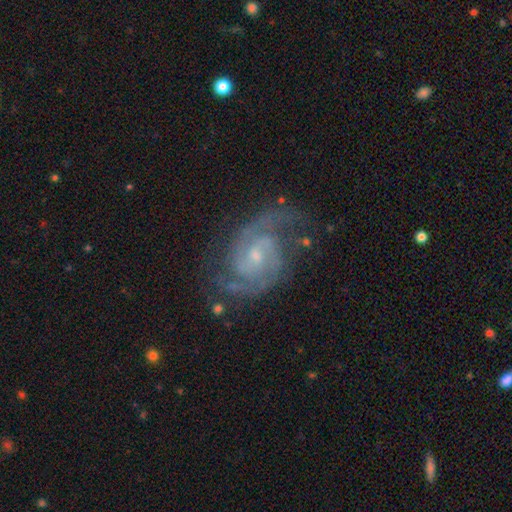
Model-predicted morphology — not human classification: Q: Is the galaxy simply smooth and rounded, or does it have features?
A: featured or disk — 91%.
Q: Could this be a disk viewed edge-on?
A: no — 98%.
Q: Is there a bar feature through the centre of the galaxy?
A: no — 54%.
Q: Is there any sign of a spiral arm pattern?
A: yes — 98%.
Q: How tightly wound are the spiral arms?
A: medium — 48%.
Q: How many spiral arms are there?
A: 2 — 80%.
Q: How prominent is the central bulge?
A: small — 63%.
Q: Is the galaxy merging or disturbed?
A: none — 72%.